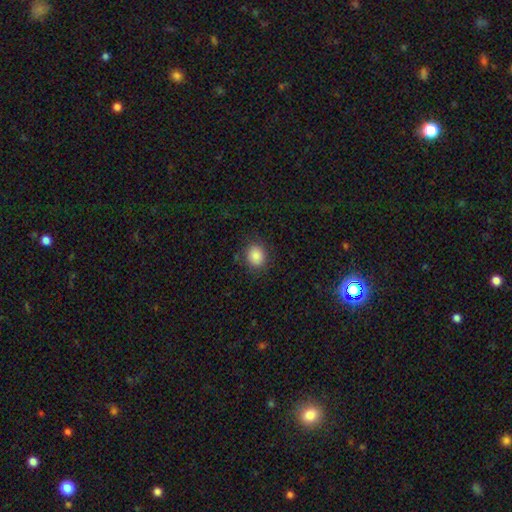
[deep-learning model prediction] Q: Smooth or featured?
A: smooth (86%); runner-up: star or artifact (10%)
Q: How rounded?
A: round (74%); runner-up: in between (25%)
Q: Merging?
A: none (86%); runner-up: minor disturbance (10%)